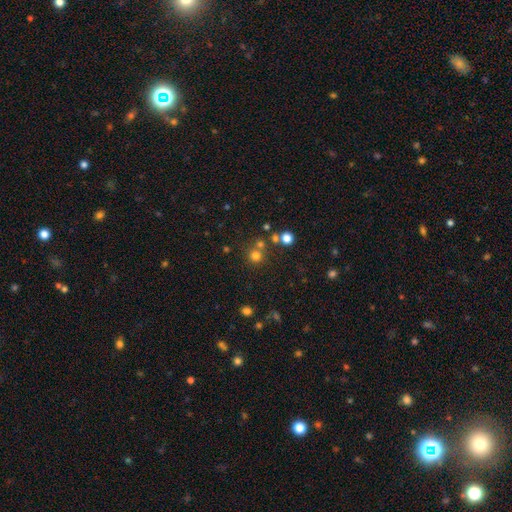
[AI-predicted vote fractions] The model was most divided on "merging": none: 67%, merger: 22%, minor disturbance: 7%, major disturbance: 4%. More confident: how rounded — round (92%); smooth or featured — smooth (71%).